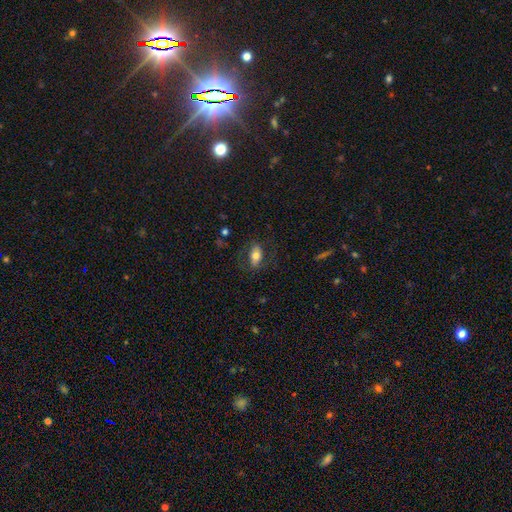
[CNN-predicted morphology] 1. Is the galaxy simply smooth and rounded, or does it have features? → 69% smooth, 24% featured or disk, 7% star or artifact.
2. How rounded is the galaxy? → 89% in between, 6% cigar-shaped, 6% round.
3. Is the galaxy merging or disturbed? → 75% none, 15% minor disturbance, 9% major disturbance, 1% merger.